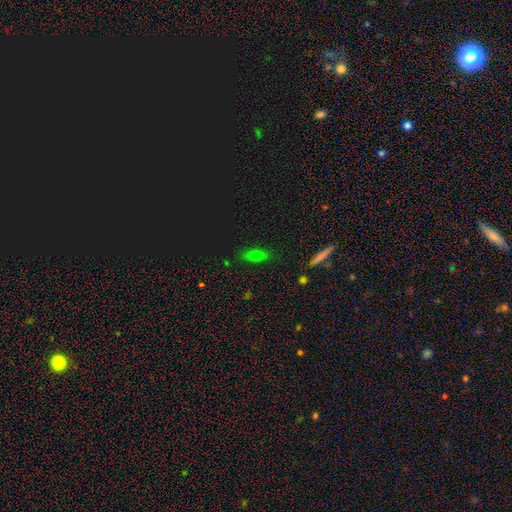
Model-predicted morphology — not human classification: Smooth or featured? smooth (64%)
How rounded? in between (70%)
Merging? none (84%)